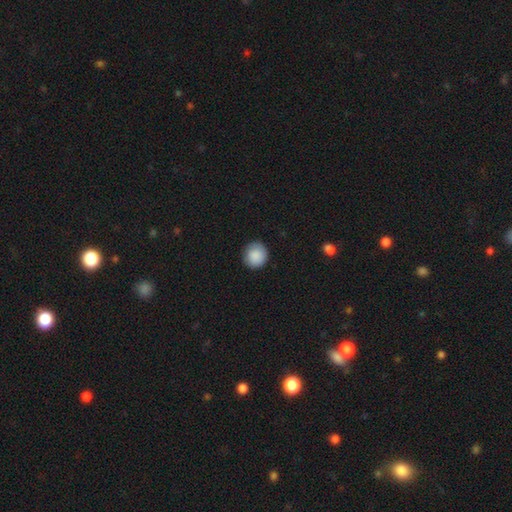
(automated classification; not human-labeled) A smooth galaxy with no disk features (88%) that is round (91%). Merging: none (86%).